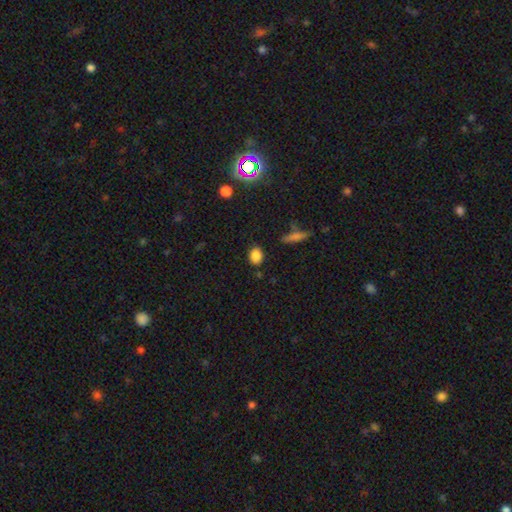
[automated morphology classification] A smooth galaxy with no disk features (85%) that is in between round and cigar-shaped (54%). Merging: none (83%).